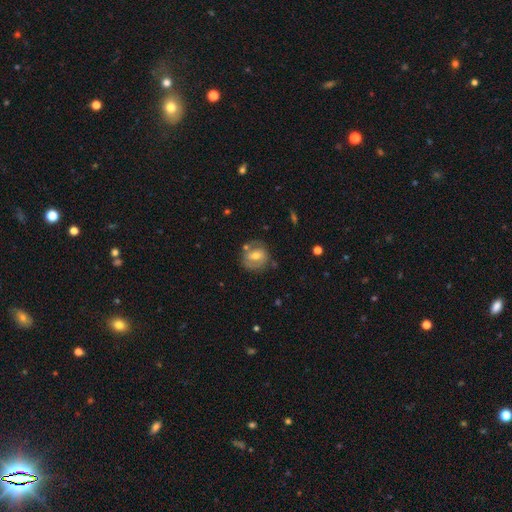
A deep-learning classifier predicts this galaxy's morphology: smooth 46% (tied), featured or disk 46% (tied), star or artifact 8%. Down the decision tree: merging — none (69%).